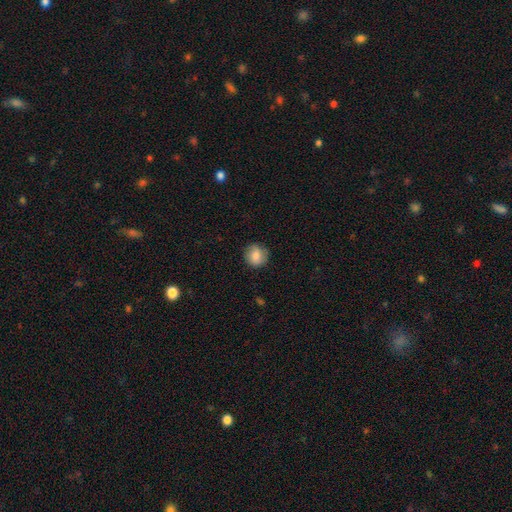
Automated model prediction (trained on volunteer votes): Smooth or featured: smooth — 77% (featured or disk — 15%)
How rounded: round — 89% (in between — 10%)
Merging: none — 82% (minor disturbance — 14%)